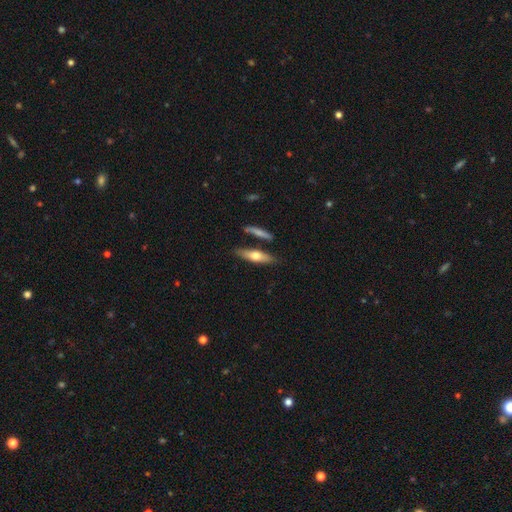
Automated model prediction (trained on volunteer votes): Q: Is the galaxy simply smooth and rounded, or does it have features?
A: smooth — 57%.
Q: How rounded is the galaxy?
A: cigar-shaped — 64%.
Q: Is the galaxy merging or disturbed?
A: none — 75%.